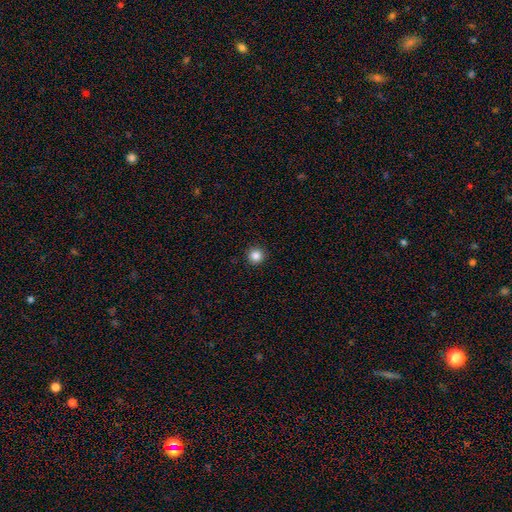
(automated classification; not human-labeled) Smooth or featured? Predicted: smooth (p=0.85). How rounded? Predicted: round (p=0.96). Merging? Predicted: none (p=0.93).